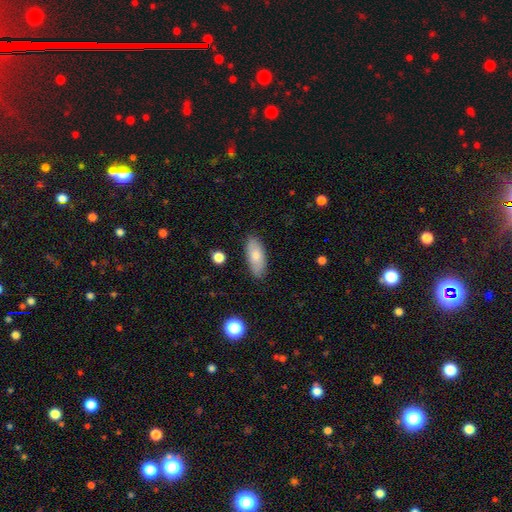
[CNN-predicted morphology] Q: Smooth or featured?
A: smooth (76%); runner-up: featured or disk (17%)
Q: How rounded?
A: in between (81%); runner-up: cigar-shaped (16%)
Q: Merging?
A: none (84%); runner-up: minor disturbance (12%)